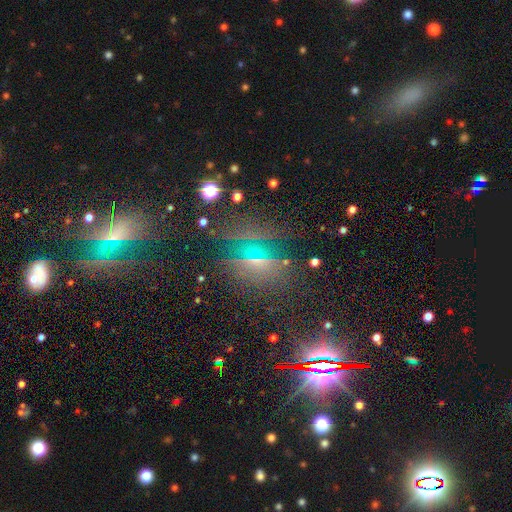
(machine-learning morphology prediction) smooth_or_featured: star or artifact (p=0.55) [alt: smooth p=0.27]